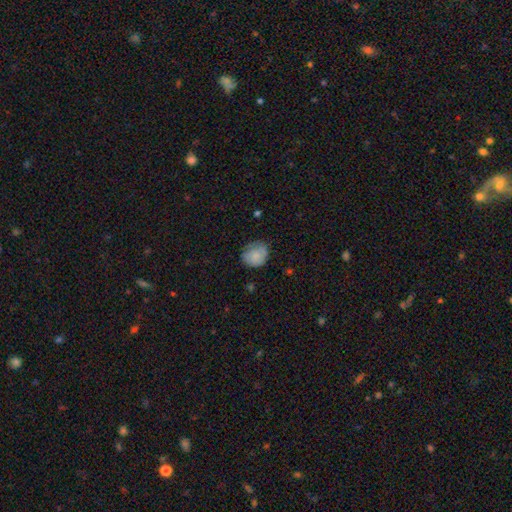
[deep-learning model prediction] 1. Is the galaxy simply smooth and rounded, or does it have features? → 75% smooth, 17% featured or disk, 8% star or artifact.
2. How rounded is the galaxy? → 64% round, 35% in between, 1% cigar-shaped.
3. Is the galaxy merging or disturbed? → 61% none, 29% minor disturbance, 9% major disturbance, 1% merger.